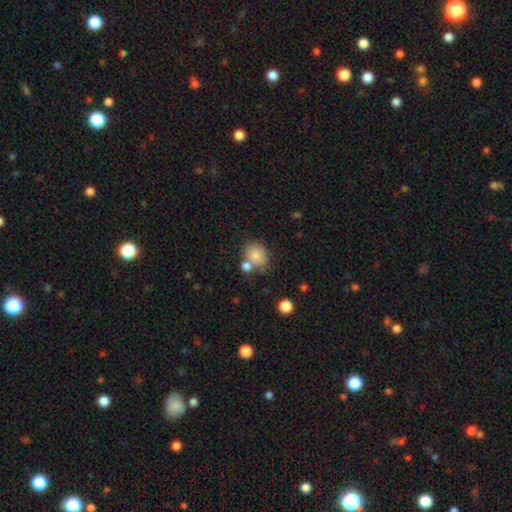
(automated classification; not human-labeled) A smooth galaxy with no disk features (79%) that is round (64%).

Vote fractions:
- Smooth or featured? smooth: 79% / featured or disk: 12% / star or artifact: 9%
- How rounded? round: 64% / in between: 35% / cigar-shaped: 1%
- Merging? none: 53% / merger: 27% / minor disturbance: 15% / major disturbance: 5%